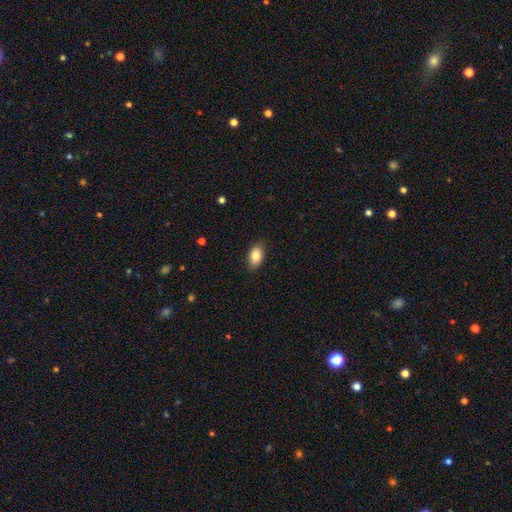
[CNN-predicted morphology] The model was most divided on "merging": none: 86%, minor disturbance: 11%, major disturbance: 2%, merger: 1%. More confident: how rounded — in between (90%); smooth or featured — smooth (86%).